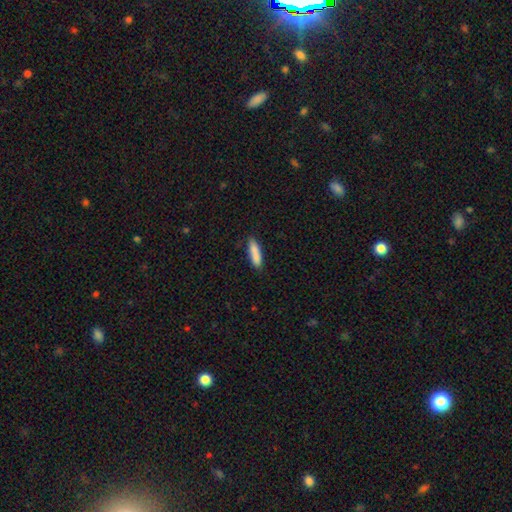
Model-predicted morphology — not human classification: Smooth or featured? Predicted: smooth (p=0.87). How rounded? Predicted: cigar-shaped (p=0.69). Merging? Predicted: none (p=0.85).